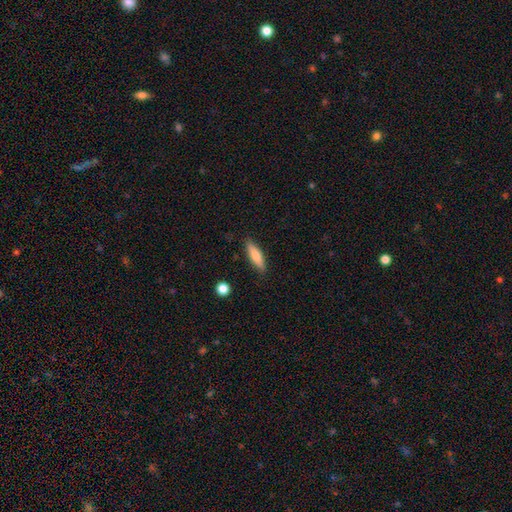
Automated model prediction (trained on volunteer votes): Overall: smooth (73%). How rounded: cigar-shaped (64%; in between 34%). Merging: none (86%).